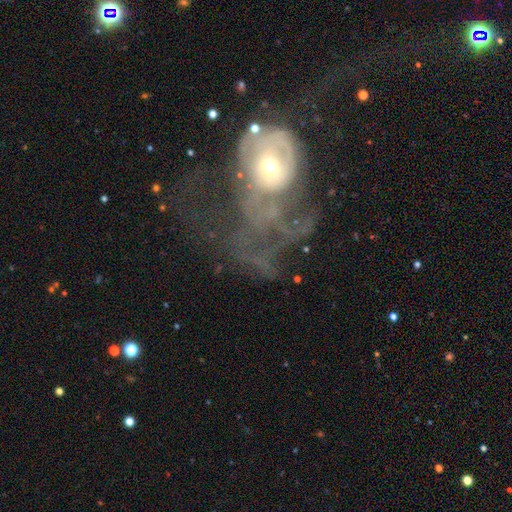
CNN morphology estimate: featured or disk 61%, smooth 25%, star or artifact 15%. Down the decision tree: edge-on disk — no (95%); bar — no (82%); spiral arms — no (59%); bulge size — moderate (56%); merging — major disturbance (65%).